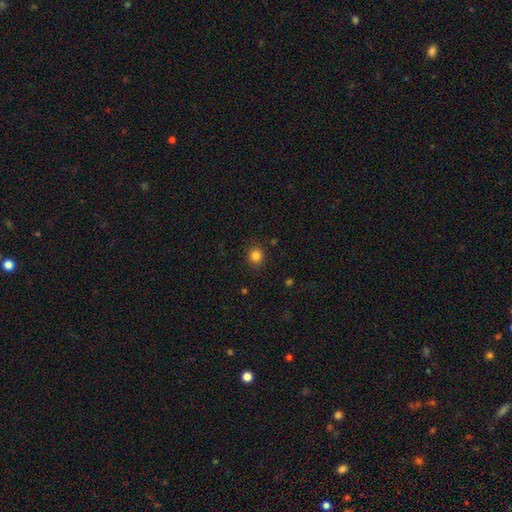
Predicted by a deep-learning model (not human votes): This is clearly a smooth galaxy (83%). How rounded: clearly round (86%). Merging: clearly none (89%).